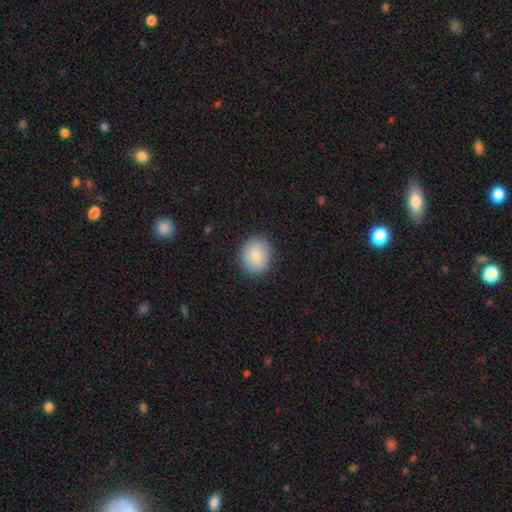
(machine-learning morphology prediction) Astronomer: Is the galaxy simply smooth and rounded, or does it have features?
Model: smooth — 85%.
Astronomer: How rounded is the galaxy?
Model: round — 70%.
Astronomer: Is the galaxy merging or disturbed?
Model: none — 86%.